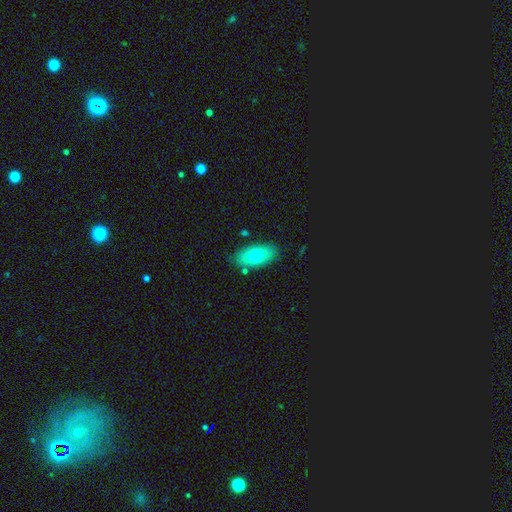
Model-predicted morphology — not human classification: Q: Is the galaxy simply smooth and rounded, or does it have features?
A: smooth — 70%.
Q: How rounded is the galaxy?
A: in between — 90%.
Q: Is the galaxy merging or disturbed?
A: none — 81%.